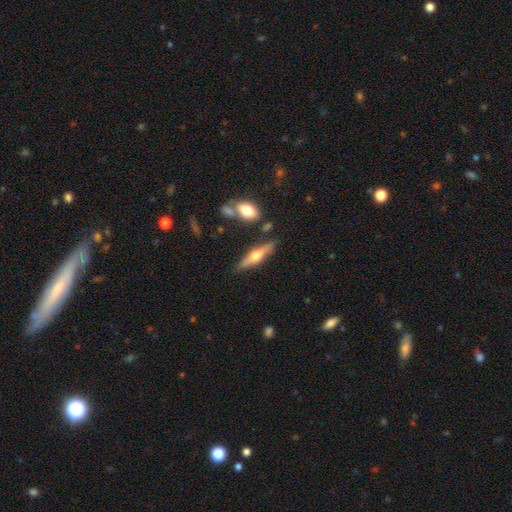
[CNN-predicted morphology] featured or disk 64%, smooth 29%, star or artifact 6%. Down the decision tree: edge-on disk — yes (95%); edge-on bulge — rounded (94%); merging — none (81%).